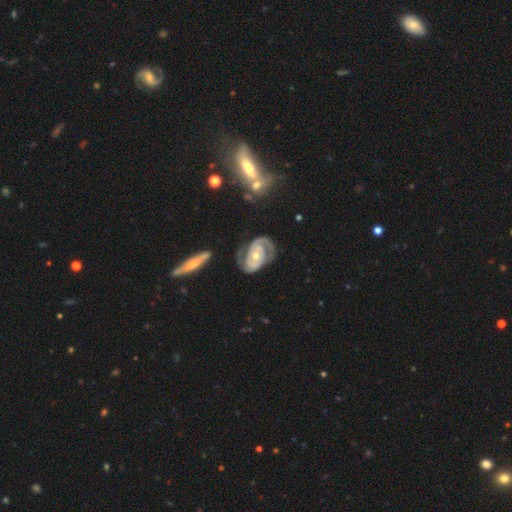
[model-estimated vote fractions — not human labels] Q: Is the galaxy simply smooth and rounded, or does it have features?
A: featured or disk — 88%.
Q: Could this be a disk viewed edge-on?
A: no — 96%.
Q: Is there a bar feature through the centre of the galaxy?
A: no — 63%.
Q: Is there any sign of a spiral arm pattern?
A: yes — 96%.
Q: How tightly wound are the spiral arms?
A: tight — 58%.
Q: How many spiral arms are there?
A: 2 — 82%.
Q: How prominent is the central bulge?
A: moderate — 53%.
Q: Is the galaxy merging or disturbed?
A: none — 66%.